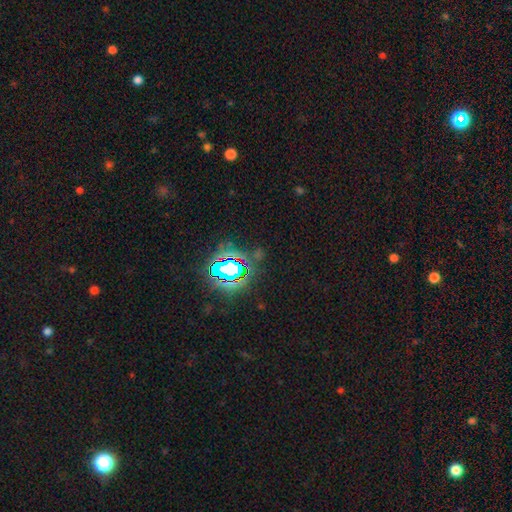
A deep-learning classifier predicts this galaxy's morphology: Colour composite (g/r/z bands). It shows a star or artifact, not a galaxy (75%).